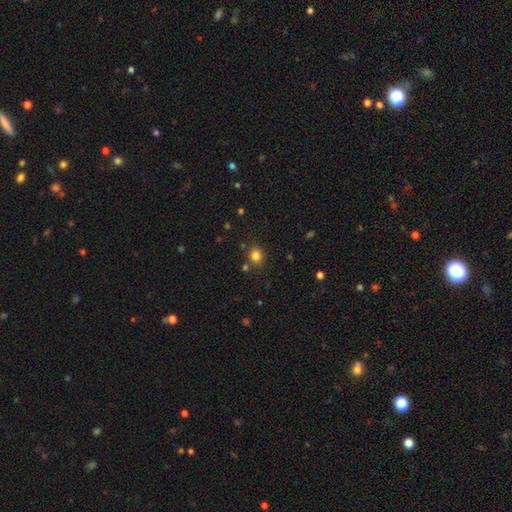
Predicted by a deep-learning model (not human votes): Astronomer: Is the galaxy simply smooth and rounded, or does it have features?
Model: smooth — 80%.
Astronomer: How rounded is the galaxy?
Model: round — 77%.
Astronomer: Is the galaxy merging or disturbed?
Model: none — 82%.